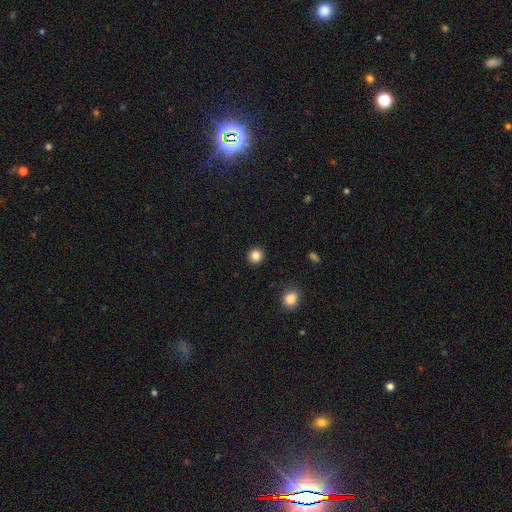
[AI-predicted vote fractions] A smooth galaxy with no disk features (85%) that is round (93%).

Vote fractions:
- Smooth or featured? smooth: 85% / star or artifact: 11% / featured or disk: 4%
- How rounded? round: 93% / in between: 6% / cigar-shaped: 1%
- Merging? none: 93% / minor disturbance: 5% / major disturbance: 2% / merger: 1%